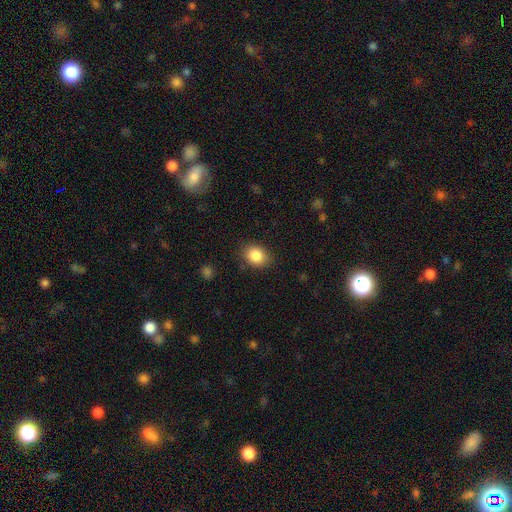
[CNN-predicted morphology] A smooth galaxy with no disk features (86%) that is in between round and cigar-shaped (54%).

Vote fractions:
- Smooth or featured? smooth: 86% / star or artifact: 9% / featured or disk: 6%
- How rounded? in between: 54% / round: 45% / cigar-shaped: 1%
- Merging? none: 84% / minor disturbance: 11% / major disturbance: 3% / merger: 1%